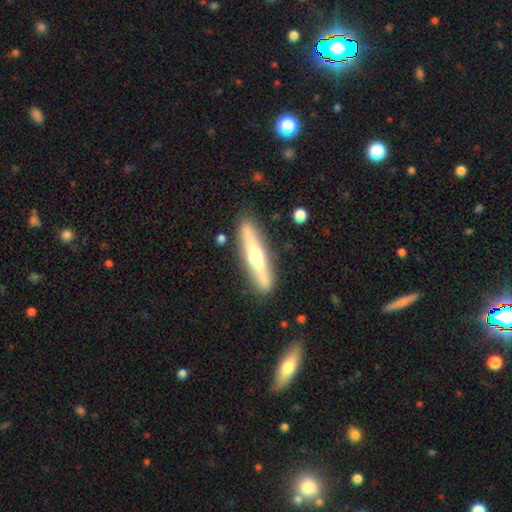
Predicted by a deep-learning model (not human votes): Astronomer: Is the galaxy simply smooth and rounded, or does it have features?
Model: featured or disk — 59% (runner-up: smooth, 36%).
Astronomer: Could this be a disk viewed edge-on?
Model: yes — 90%.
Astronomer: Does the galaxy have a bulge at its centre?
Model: rounded — 89%.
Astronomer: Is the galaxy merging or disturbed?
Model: none — 85%.